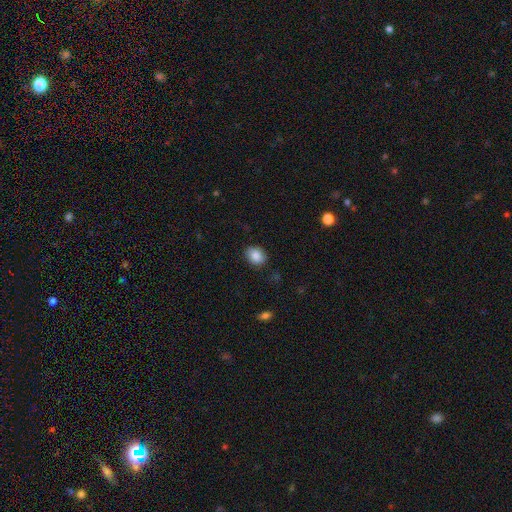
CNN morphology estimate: A smooth galaxy with no disk features (86%) that is in between round and cigar-shaped (53%).

Vote fractions:
- Smooth or featured? smooth: 86% / star or artifact: 8% / featured or disk: 6%
- How rounded? in between: 53% / round: 46% / cigar-shaped: 1%
- Merging? none: 84% / minor disturbance: 12% / major disturbance: 3% / merger: 1%